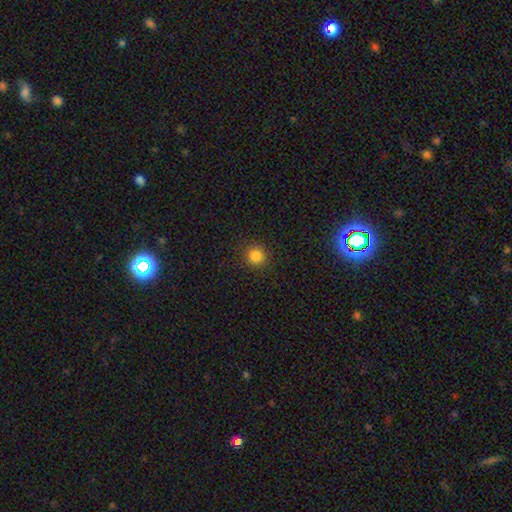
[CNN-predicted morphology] The model was most divided on "smooth or featured": smooth: 83%, star or artifact: 12%, featured or disk: 4%. More confident: how rounded — round (93%); merging — none (91%).